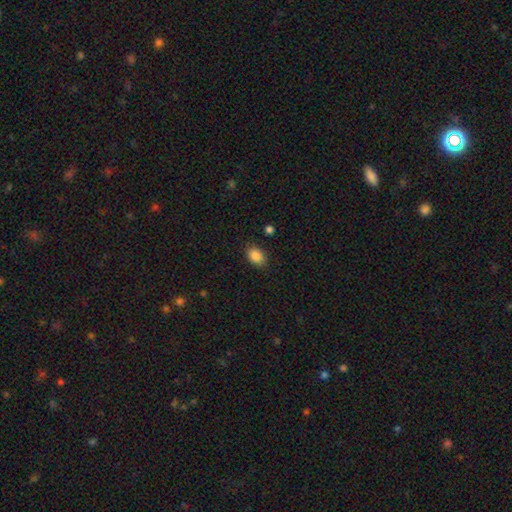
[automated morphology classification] This appears to be a smooth galaxy with no disk features (87%) that is in between round and cigar-shaped (76%). Merging: none (85%).